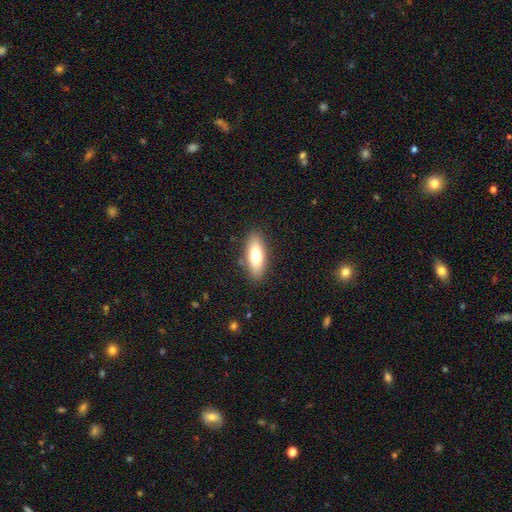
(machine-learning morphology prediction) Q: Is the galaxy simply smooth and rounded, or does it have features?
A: smooth — 72%.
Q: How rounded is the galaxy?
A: in between — 68%.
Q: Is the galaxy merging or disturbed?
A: none — 86%.